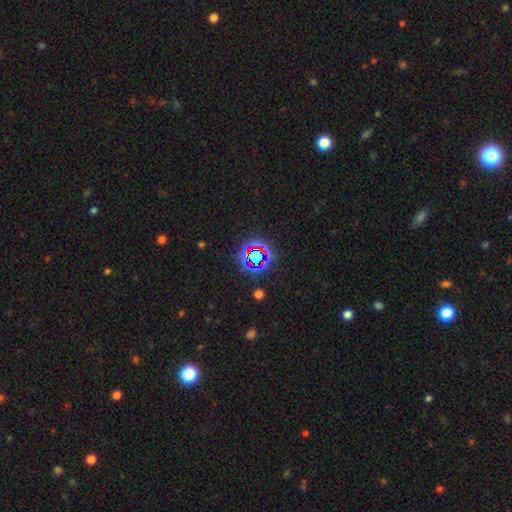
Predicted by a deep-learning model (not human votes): Smooth or featured?
  - star or artifact: 71% *
  - smooth: 19%
  - featured or disk: 10%